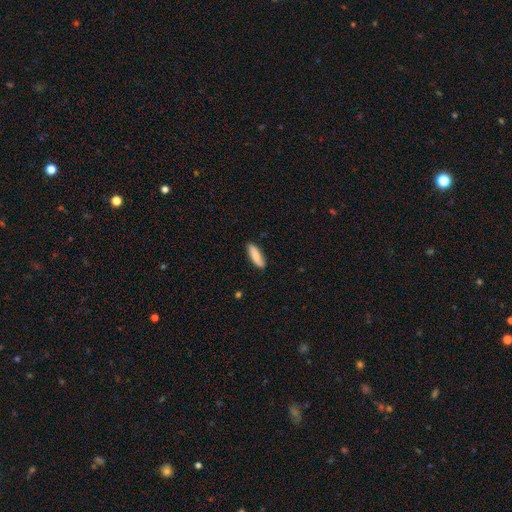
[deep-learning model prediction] Morphology: type=smooth (79%); roundness=cigar-shaped (51%); merging=none (85%).